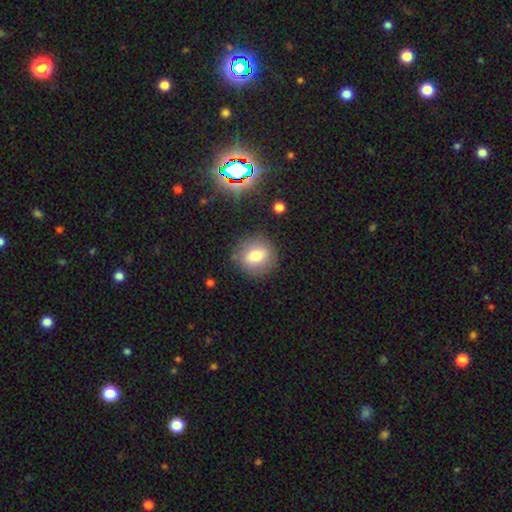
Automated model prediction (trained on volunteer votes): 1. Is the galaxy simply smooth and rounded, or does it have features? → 72% smooth, 16% featured or disk, 12% star or artifact.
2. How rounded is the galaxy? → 81% round, 18% in between, 1% cigar-shaped.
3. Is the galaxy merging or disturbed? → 84% none, 10% minor disturbance, 3% major disturbance, 2% merger.